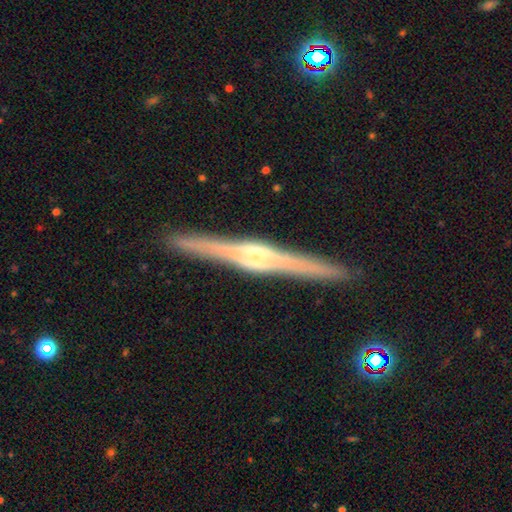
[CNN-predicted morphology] type=featured or disk (86%); edge-on=yes (98%); edge-on bulge=rounded (59%); merging=none (92%).